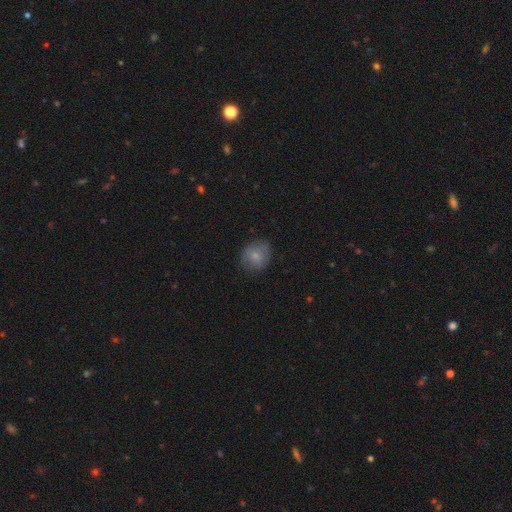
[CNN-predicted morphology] smooth-or-featured: smooth: 73% | featured or disk: 18% | star or artifact: 8%
  how-rounded: round: 72% | in between: 27% | cigar-shaped: 1%
  merging: none: 72% | minor disturbance: 20% | major disturbance: 6% | merger: 1%